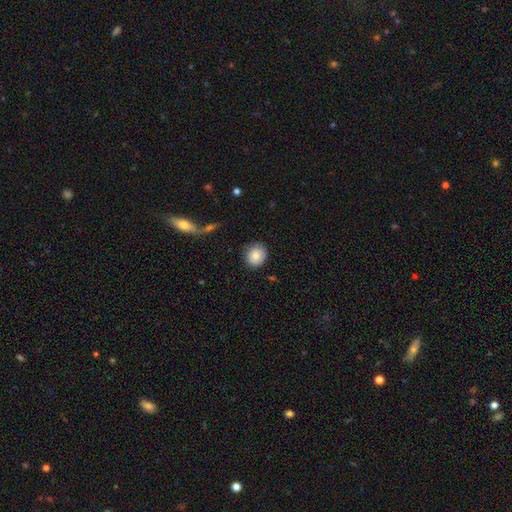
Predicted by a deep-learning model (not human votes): smooth-or-featured: smooth: 84% | featured or disk: 8% | star or artifact: 8%
  how-rounded: round: 80% | in between: 19% | cigar-shaped: 1%
  merging: none: 82% | minor disturbance: 13% | major disturbance: 3% | merger: 2%